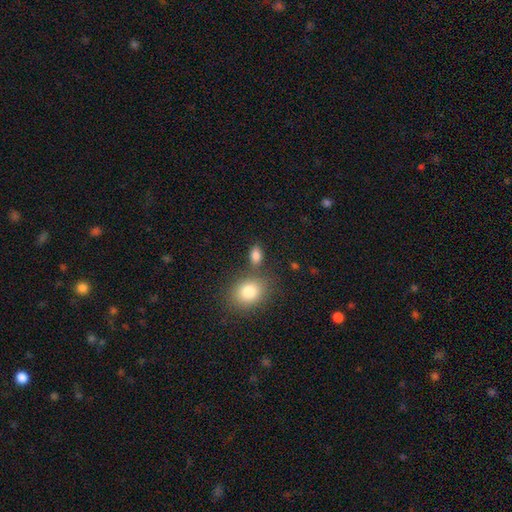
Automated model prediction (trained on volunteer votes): Q: Smooth or featured?
A: smooth (84%); runner-up: star or artifact (10%)
Q: How rounded?
A: in between (82%); runner-up: round (15%)
Q: Merging?
A: none (69%); runner-up: merger (14%)